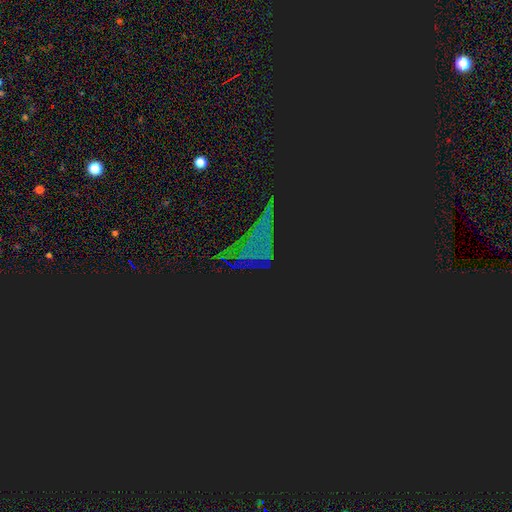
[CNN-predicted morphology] This appears to be a star or artifact, not a galaxy (77%).